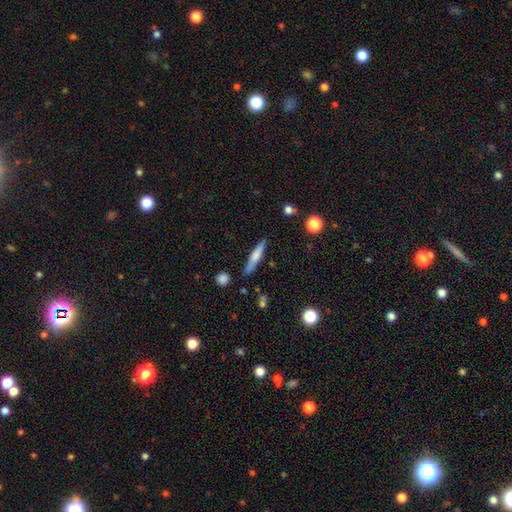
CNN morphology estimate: The model was most divided on "smooth or featured": smooth: 59%, featured or disk: 34%, star or artifact: 7%. More confident: how rounded — cigar-shaped (89%); merging — none (83%).